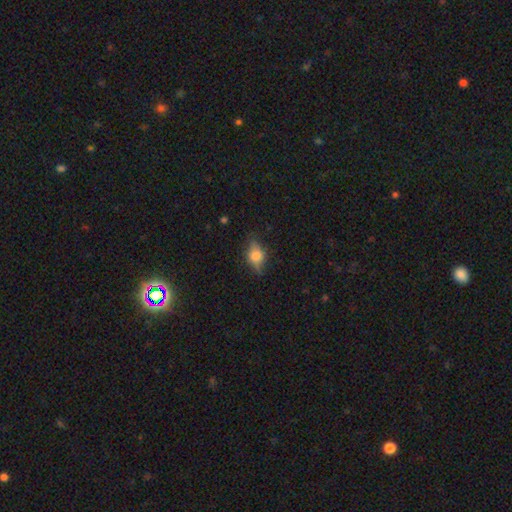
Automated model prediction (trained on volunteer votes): Overall: smooth (53%; featured or disk 37%). How rounded: in between (67%). Merging: none (71%).